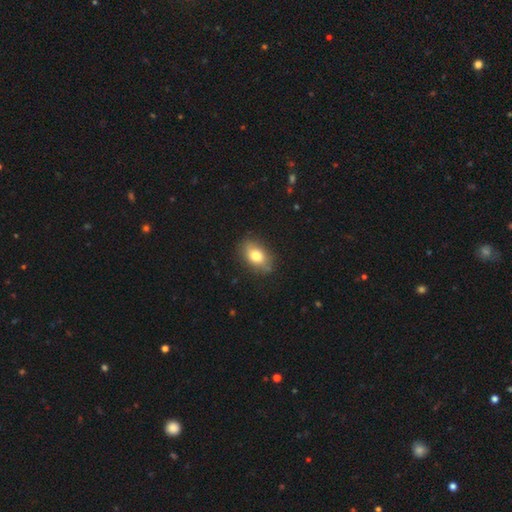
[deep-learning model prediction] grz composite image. It shows a smooth galaxy with no disk features (77%) that is in between round and cigar-shaped (84%). Merging: none (80%).